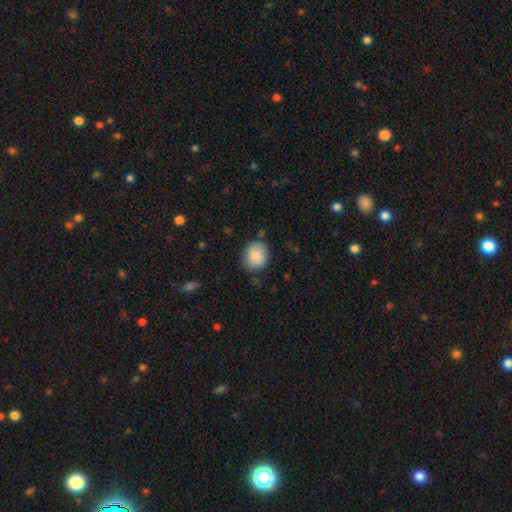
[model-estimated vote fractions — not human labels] A smooth galaxy with no disk features (88%) that is round (72%).

Vote fractions:
- Smooth or featured? smooth: 88% / star or artifact: 7% / featured or disk: 5%
- How rounded? round: 72% / in between: 27% / cigar-shaped: 1%
- Merging? none: 81% / minor disturbance: 14% / major disturbance: 3% / merger: 2%